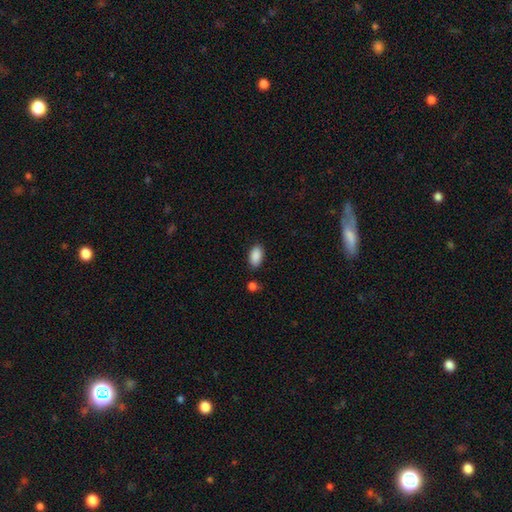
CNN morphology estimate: smooth-or-featured: smooth: 90% | star or artifact: 7% | featured or disk: 3%
  how-rounded: in between: 94% | round: 4% | cigar-shaped: 2%
  merging: none: 84% | minor disturbance: 10% | merger: 3% | major disturbance: 3%